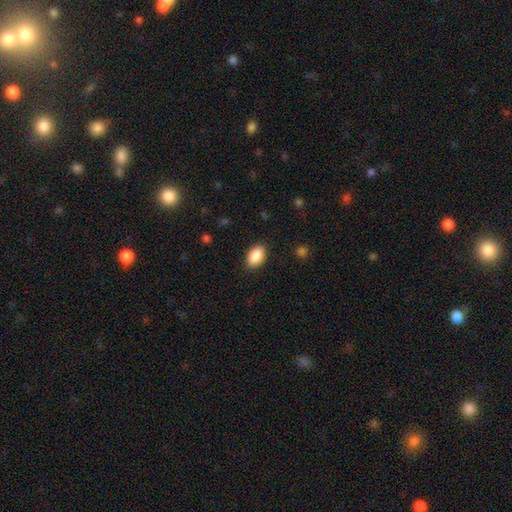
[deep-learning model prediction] Q: Smooth or featured?
A: smooth (89%); runner-up: star or artifact (7%)
Q: How rounded?
A: in between (91%); runner-up: round (8%)
Q: Merging?
A: none (87%); runner-up: minor disturbance (9%)